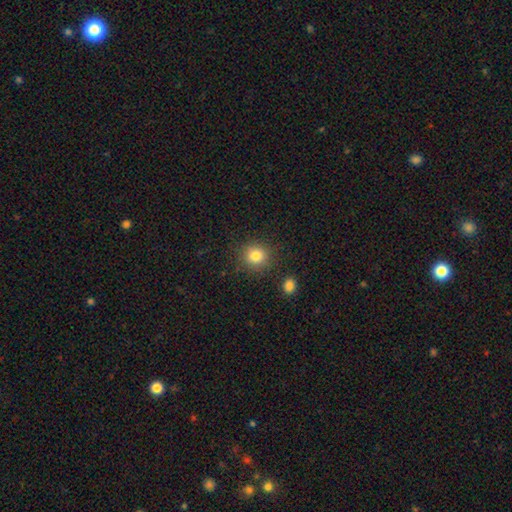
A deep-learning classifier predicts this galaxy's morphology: A smooth galaxy with no disk features (82%) that is round (89%).

Vote fractions:
- Smooth or featured? smooth: 82% / star or artifact: 12% / featured or disk: 6%
- How rounded? round: 89% / in between: 10% / cigar-shaped: 1%
- Merging? none: 87% / minor disturbance: 8% / major disturbance: 3% / merger: 3%